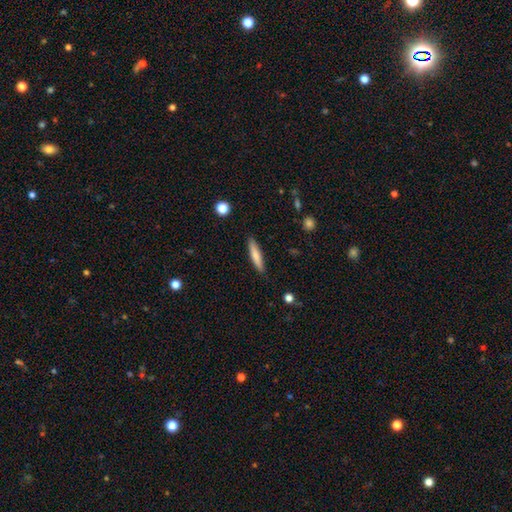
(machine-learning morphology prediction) type=smooth (70%); roundness=cigar-shaped (88%); merging=none (90%).